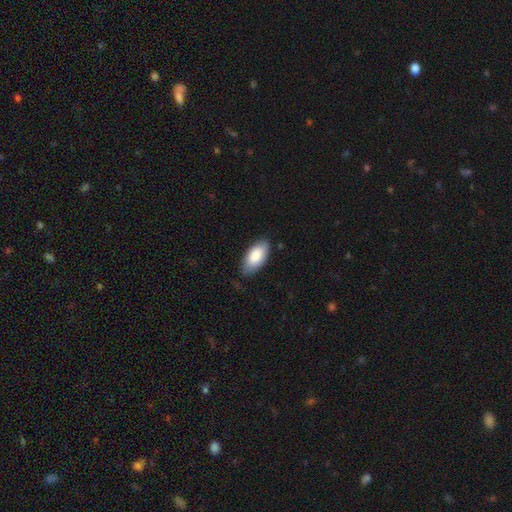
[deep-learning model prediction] A smooth galaxy with no disk features (85%) that is in between round and cigar-shaped (94%). Merging: none (75%).